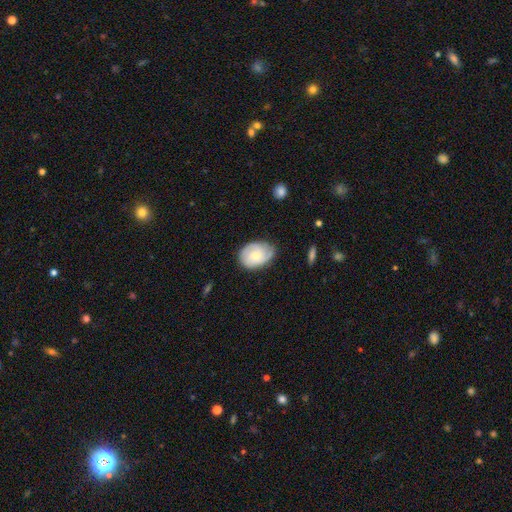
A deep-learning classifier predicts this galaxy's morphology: Overall: smooth (50%; featured or disk 43%). Merging: none (63%; minor disturbance 29%).